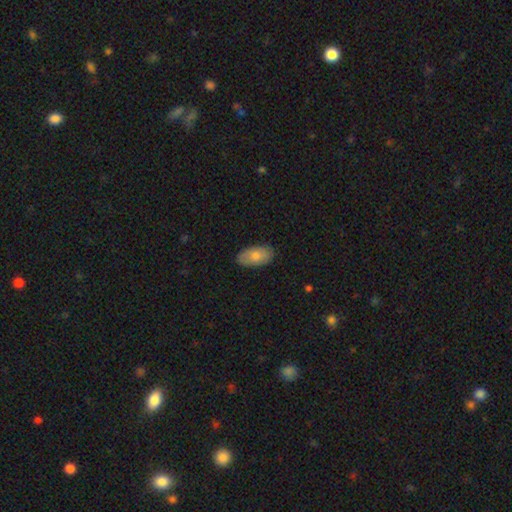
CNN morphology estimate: smooth_or_featured: smooth (p=0.79) [alt: featured or disk p=0.15]
how_rounded: in between (p=0.94) [alt: round p=0.03]
merging: none (p=0.84) [alt: minor disturbance p=0.12]